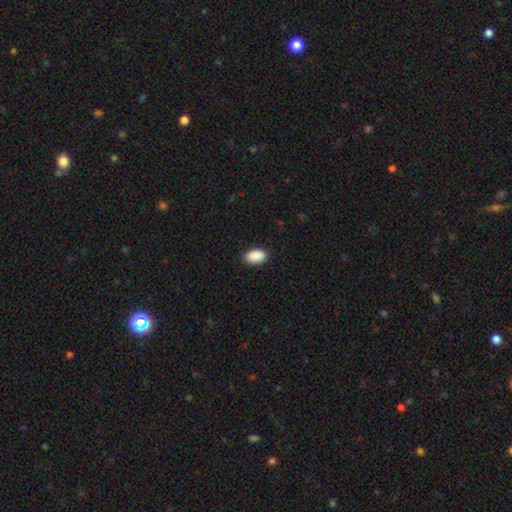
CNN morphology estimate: smooth_or_featured: smooth (p=0.91) [alt: star or artifact p=0.07]
how_rounded: in between (p=0.93) [alt: round p=0.06]
merging: none (p=0.88) [alt: minor disturbance p=0.09]